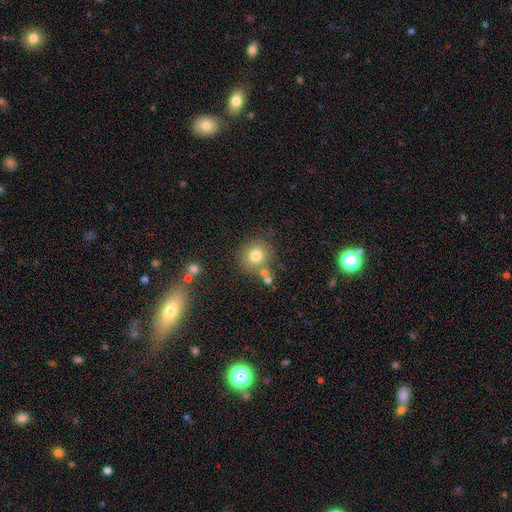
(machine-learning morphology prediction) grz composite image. It shows a smooth galaxy with no disk features (77%) that is round (89%). Merging: none (70%).